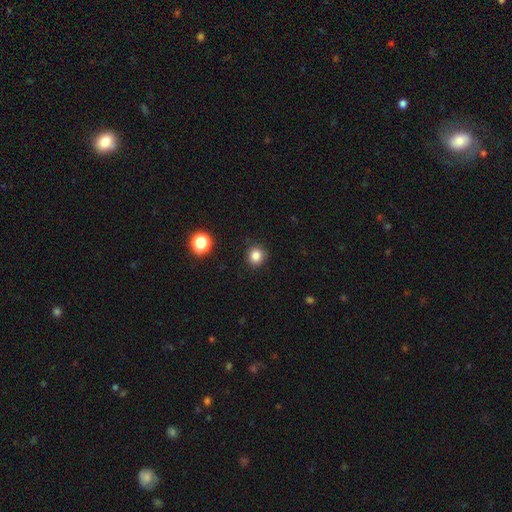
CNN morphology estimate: smooth-or-featured: smooth: 83% | star or artifact: 13% | featured or disk: 4%
  how-rounded: round: 84% | in between: 15% | cigar-shaped: 1%
  merging: none: 90% | minor disturbance: 7% | major disturbance: 2% | merger: 1%